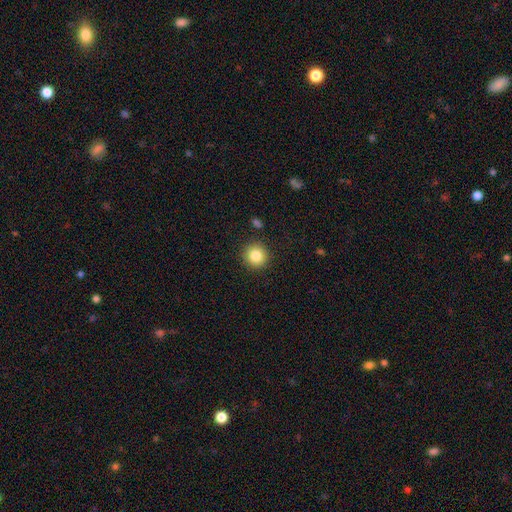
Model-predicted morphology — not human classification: A smooth galaxy with no disk features (84%) that is round (93%).

Vote fractions:
- Smooth or featured? smooth: 84% / star or artifact: 10% / featured or disk: 6%
- How rounded? round: 93% / in between: 6% / cigar-shaped: 1%
- Merging? none: 90% / minor disturbance: 6% / major disturbance: 2% / merger: 2%